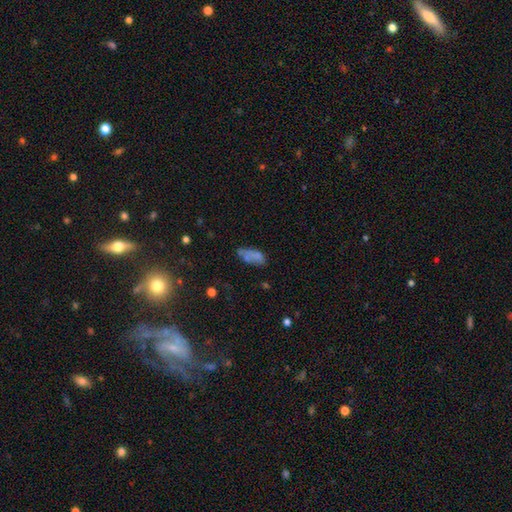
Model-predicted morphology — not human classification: Smooth or featured?
  - smooth: 55% *
  - featured or disk: 24%
  - star or artifact: 21%
How rounded?
  - in between: 77% *
  - cigar-shaped: 17%
  - round: 6%
Merging?
  - none: 52% *
  - minor disturbance: 23%
  - major disturbance: 14%
  - merger: 11%